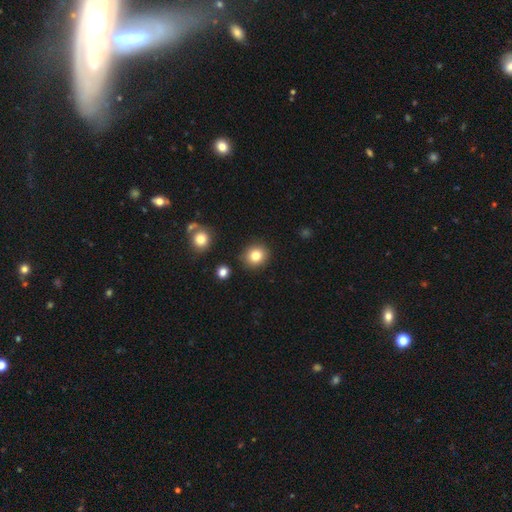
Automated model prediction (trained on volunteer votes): Smooth or featured? Predicted: smooth (p=0.82). How rounded? Predicted: round (p=0.86). Merging? Predicted: none (p=0.88).